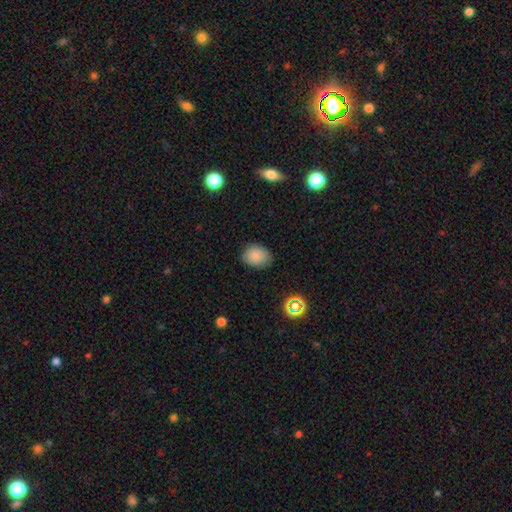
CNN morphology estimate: smooth_or_featured: smooth (p=0.85) [alt: star or artifact p=0.10]
how_rounded: in between (p=0.62) [alt: round p=0.37]
merging: none (p=0.83) [alt: minor disturbance p=0.13]